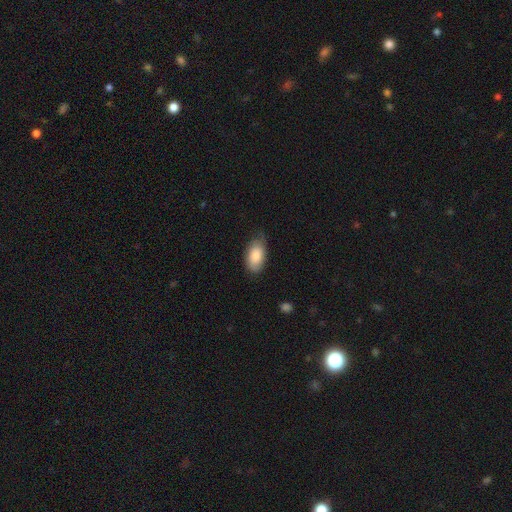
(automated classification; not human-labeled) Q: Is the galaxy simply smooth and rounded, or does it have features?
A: smooth — 78%.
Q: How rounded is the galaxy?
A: in between — 94%.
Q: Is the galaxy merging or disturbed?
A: none — 62%.